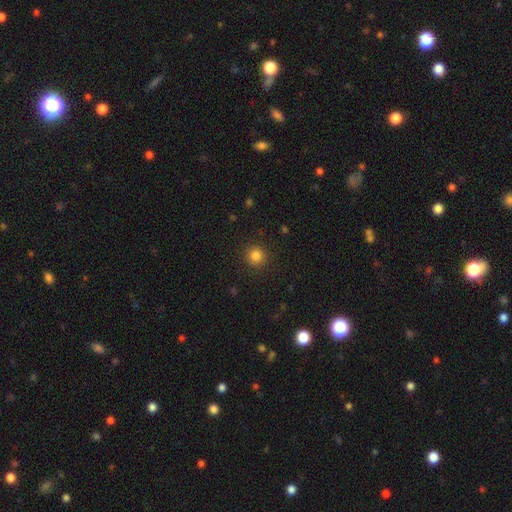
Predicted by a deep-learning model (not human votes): smooth 84%, star or artifact 12%, featured or disk 4%. Down the decision tree: how rounded — round (94%); merging — none (91%).